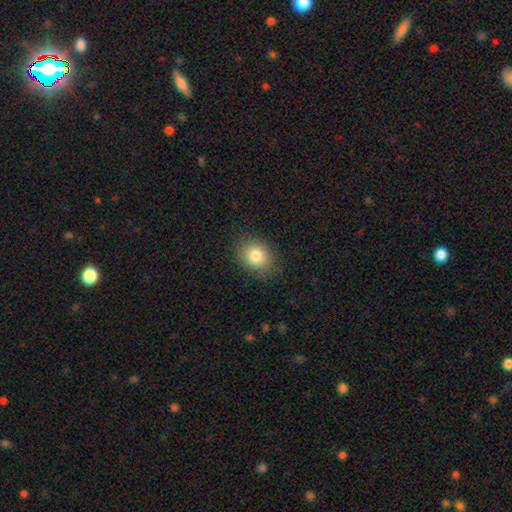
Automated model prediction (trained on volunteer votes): A smooth galaxy with no disk features (81%) that is in between round and cigar-shaped (53%).

Vote fractions:
- Smooth or featured? smooth: 81% / star or artifact: 10% / featured or disk: 9%
- How rounded? in between: 53% / round: 46% / cigar-shaped: 1%
- Merging? none: 84% / minor disturbance: 12% / major disturbance: 3% / merger: 1%